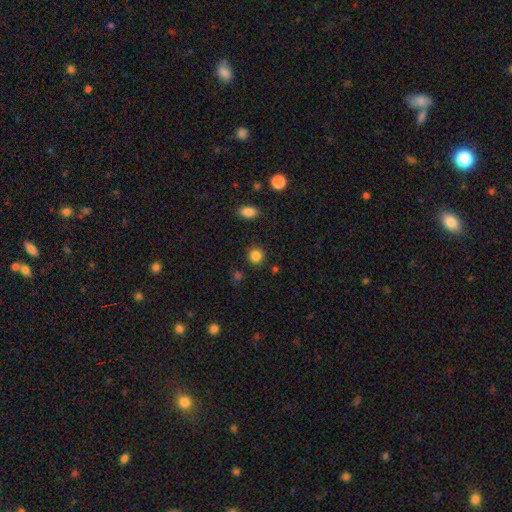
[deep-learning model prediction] Smooth or featured? Predicted: smooth (p=0.85). How rounded? Predicted: round (p=0.89). Merging? Predicted: none (p=0.89).